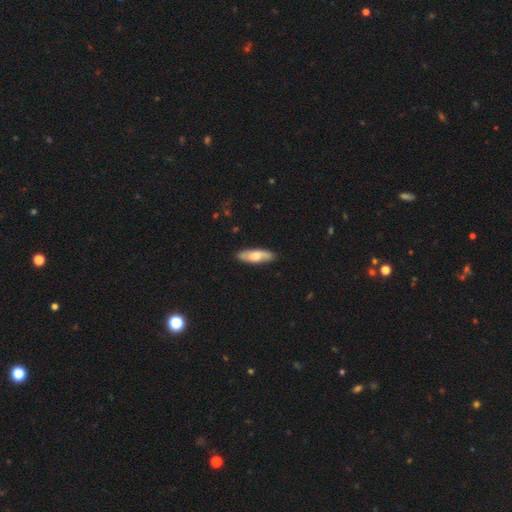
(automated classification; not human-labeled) Smooth or featured? Predicted: smooth (p=0.60). How rounded? Predicted: cigar-shaped (p=0.49, tied with in between). Merging? Predicted: none (p=0.88).